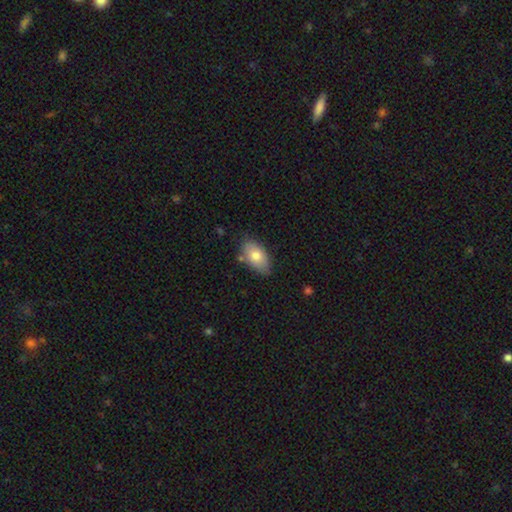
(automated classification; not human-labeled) Morphology: type=smooth (76%); roundness=in between (93%); merging=none (76%).